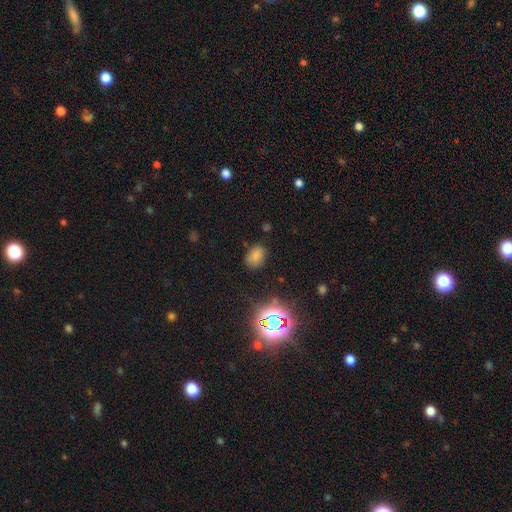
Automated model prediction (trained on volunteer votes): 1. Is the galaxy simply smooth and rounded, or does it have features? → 70% smooth, 22% star or artifact, 7% featured or disk.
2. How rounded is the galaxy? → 77% in between, 22% round, 1% cigar-shaped.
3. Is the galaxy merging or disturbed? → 77% none, 16% minor disturbance, 5% major disturbance, 2% merger.